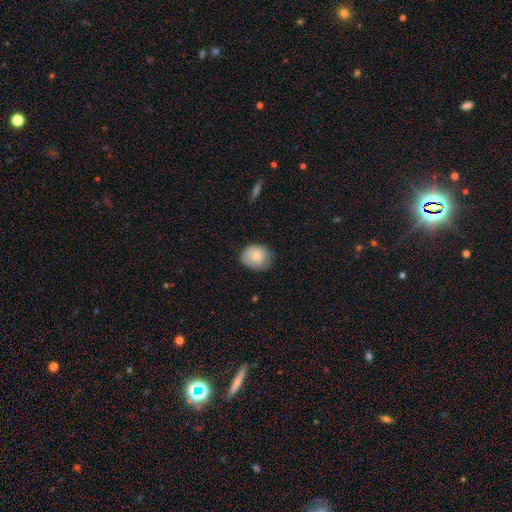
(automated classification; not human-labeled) smooth-or-featured: smooth: 78% | featured or disk: 14% | star or artifact: 7%
  how-rounded: round: 53% | in between: 46% | cigar-shaped: 1%
  merging: none: 73% | minor disturbance: 22% | major disturbance: 4% | merger: 1%